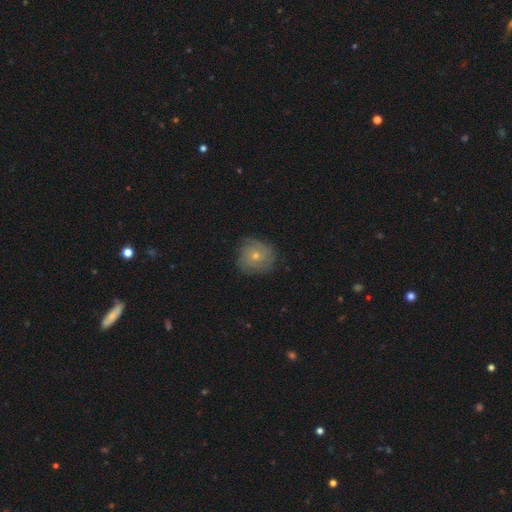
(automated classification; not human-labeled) smooth 48%, featured or disk 43%, star or artifact 10%. Down the decision tree: merging — none (71%).